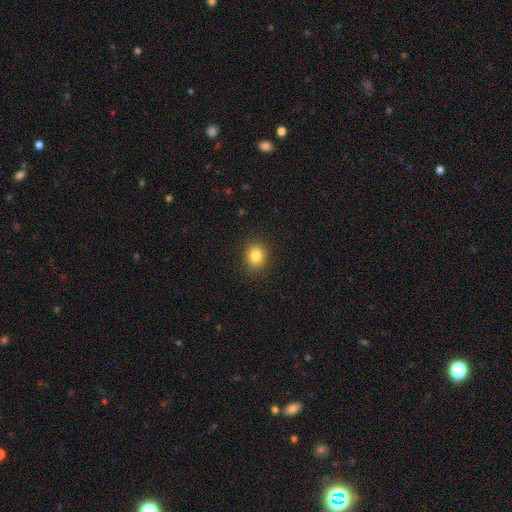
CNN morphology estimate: This is clearly a smooth galaxy (83%). How rounded: likely round (66%). Merging: clearly none (89%).